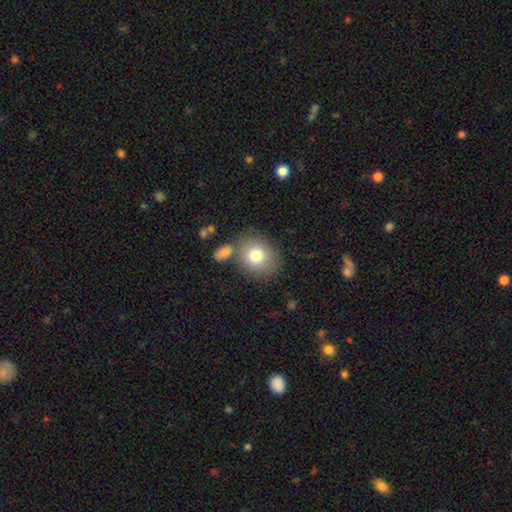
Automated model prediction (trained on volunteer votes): A smooth galaxy with no disk features (78%) that is round (67%). Merging: none (69%).